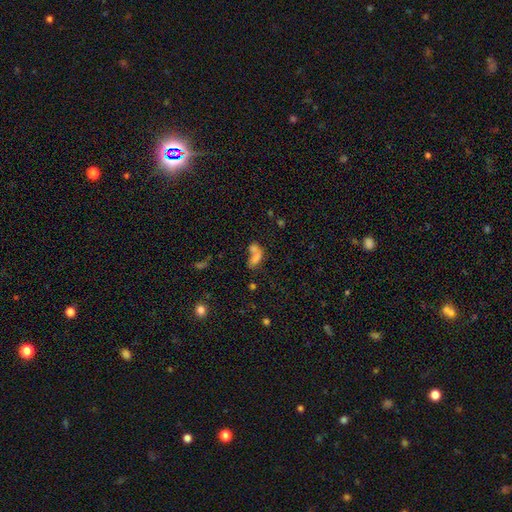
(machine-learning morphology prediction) type=smooth (70%); roundness=in between (80%); merging=merger (66%).